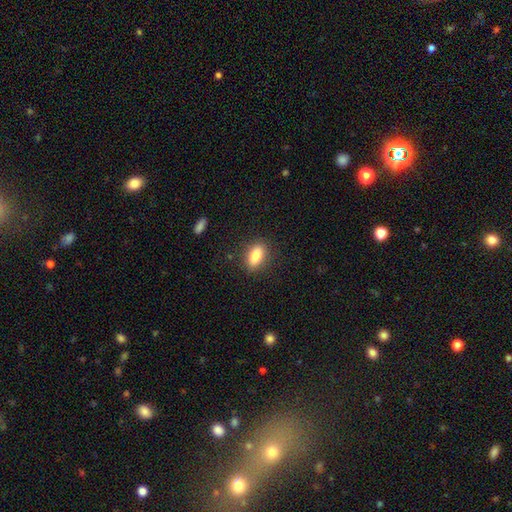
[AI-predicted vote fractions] smooth_or_featured: smooth (p=0.80) [alt: featured or disk p=0.12]
how_rounded: in between (p=0.79) [alt: cigar-shaped p=0.14]
merging: none (p=0.87) [alt: minor disturbance p=0.09]